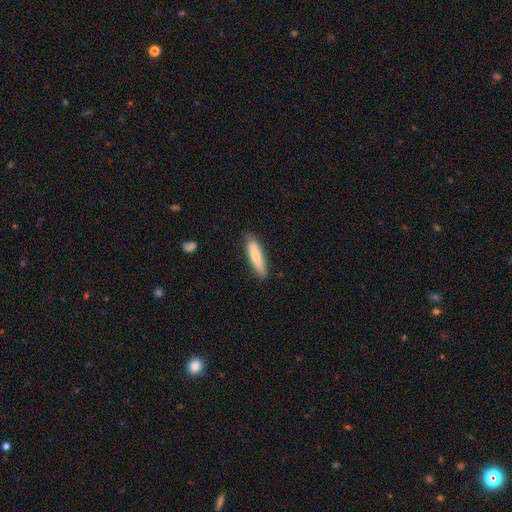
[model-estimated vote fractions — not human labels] Smooth or featured?
  - smooth: 75% *
  - featured or disk: 20%
  - star or artifact: 6%
How rounded?
  - cigar-shaped: 79% *
  - in between: 20%
  - round: 1%
Merging?
  - none: 83% *
  - minor disturbance: 13%
  - major disturbance: 2%
  - merger: 1%